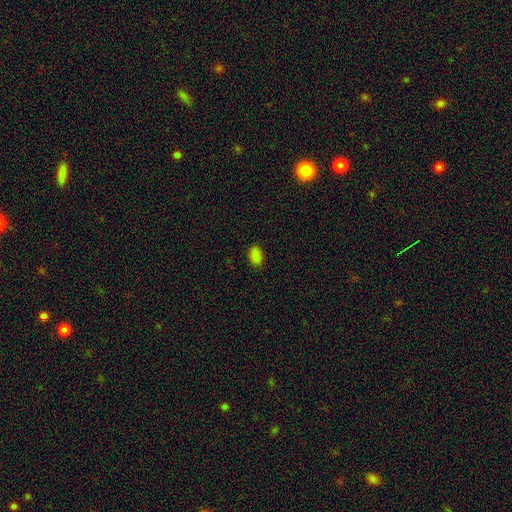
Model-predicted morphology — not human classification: smooth 85%, star or artifact 12%, featured or disk 3%. Down the decision tree: how rounded — in between (90%); merging — none (86%).